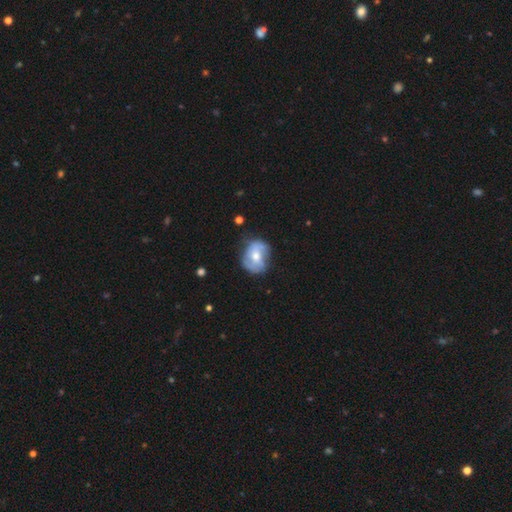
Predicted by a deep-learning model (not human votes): A featured or disk galaxy (63%) with no bar (60%), spiral arms (77%) and a moderate central bulge (66%).

Vote fractions:
- Smooth or featured? featured or disk: 63% / smooth: 31% / star or artifact: 6%
- Edge-on disk? no: 97% / yes: 3%
- Bar? no: 60% / weak: 32% / strong: 8%
- Spiral arms? yes: 77% / no: 23%
- Bulge size? moderate: 66% / small: 25% / large: 6% / none: 2% / dominant: 1%
- Merging? none: 61% / minor disturbance: 26% / major disturbance: 10% / merger: 2%